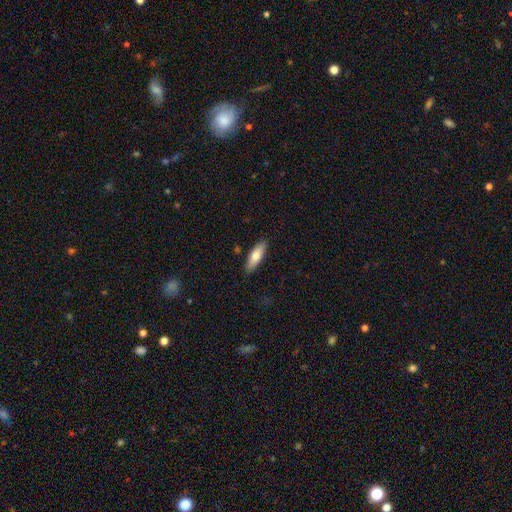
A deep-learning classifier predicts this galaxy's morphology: Smooth or featured? smooth (75%)
How rounded? in between (53%)
Merging? none (87%)